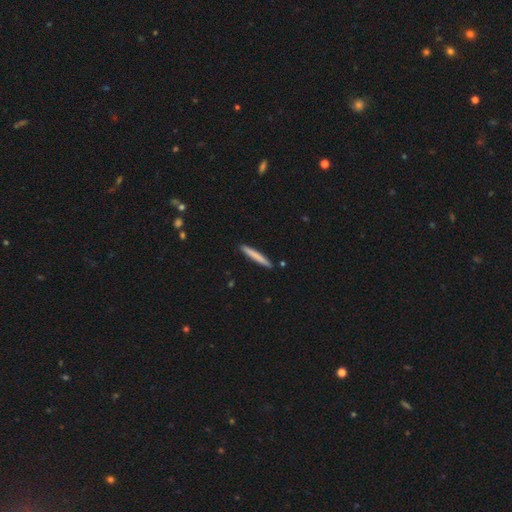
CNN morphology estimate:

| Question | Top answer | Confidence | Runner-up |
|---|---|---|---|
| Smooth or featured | smooth | 75% | featured or disk (19%) |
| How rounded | cigar-shaped | 96% | in between (2%) |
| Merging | none | 91% | minor disturbance (6%) |